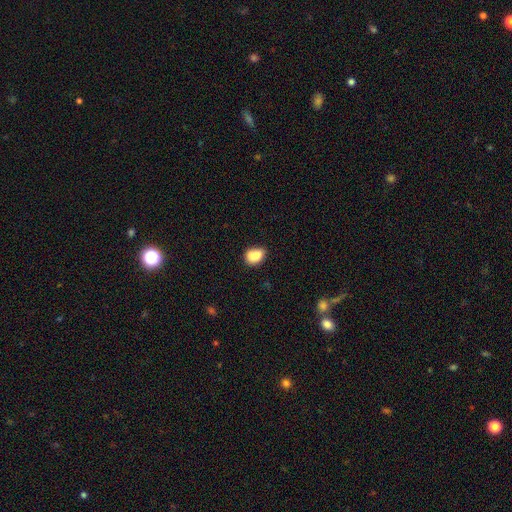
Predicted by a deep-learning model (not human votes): A smooth galaxy with no disk features (85%) that is in between round and cigar-shaped (64%).

Vote fractions:
- Smooth or featured? smooth: 85% / star or artifact: 8% / featured or disk: 7%
- How rounded? in between: 64% / round: 35% / cigar-shaped: 1%
- Merging? none: 74% / minor disturbance: 21% / major disturbance: 3% / merger: 2%